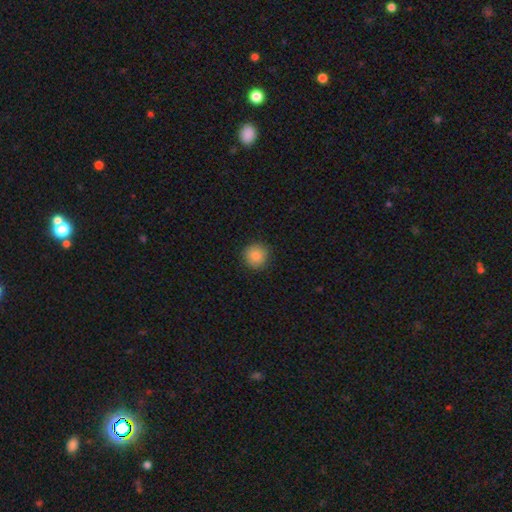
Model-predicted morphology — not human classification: smooth 86%, star or artifact 9%, featured or disk 5%. Down the decision tree: how rounded — round (93%); merging — none (88%).